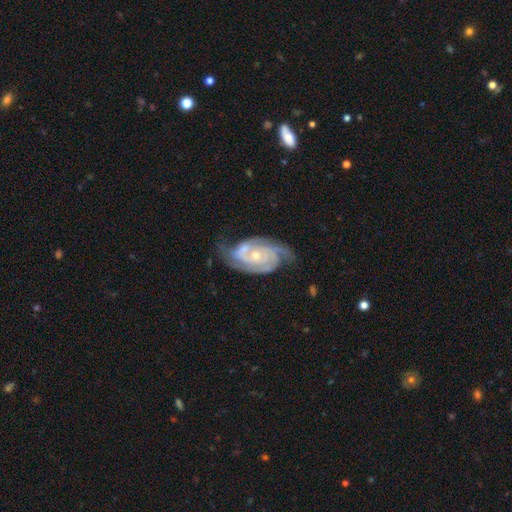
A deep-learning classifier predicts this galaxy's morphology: A featured or disk galaxy (90%) with no bar (67%), 3 (42%) tight (64%) spiral arms (98%) and a small central bulge (56%). Merging: none (61%).